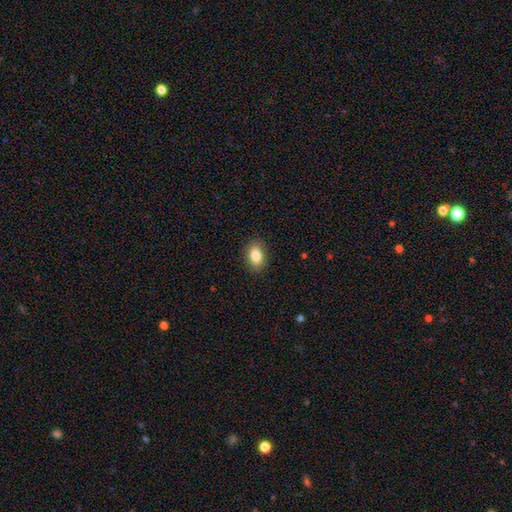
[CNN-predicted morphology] Smooth or featured? smooth (83%)
How rounded? in between (85%)
Merging? none (89%)